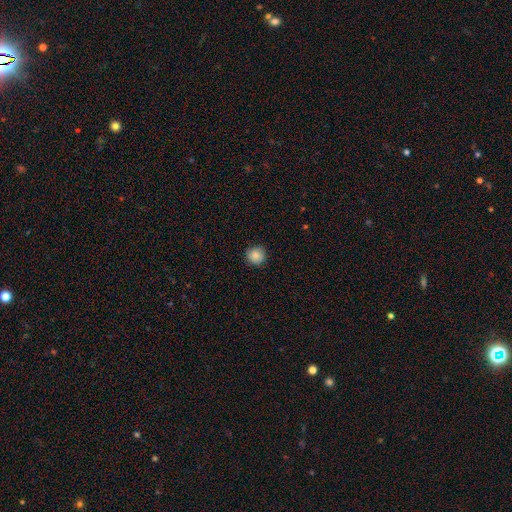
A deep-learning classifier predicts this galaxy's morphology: Q: Smooth or featured?
A: smooth (85%); runner-up: star or artifact (9%)
Q: How rounded?
A: round (93%); runner-up: in between (6%)
Q: Merging?
A: none (88%); runner-up: minor disturbance (9%)